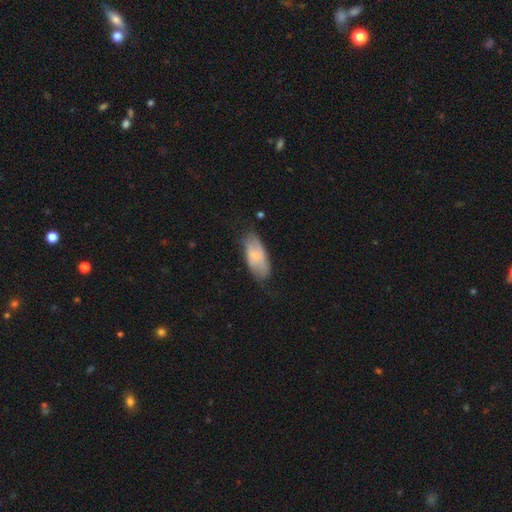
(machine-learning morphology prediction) This is likely a smooth galaxy (62%). How rounded: clearly in between (88%). Merging: likely none (61%).